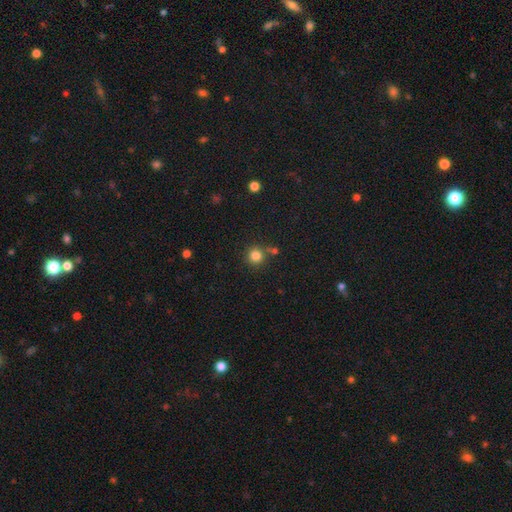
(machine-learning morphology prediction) smooth-or-featured: smooth: 81% | star or artifact: 13% | featured or disk: 6%
  how-rounded: round: 93% | in between: 6% | cigar-shaped: 1%
  merging: none: 73% | merger: 13% | minor disturbance: 10% | major disturbance: 4%